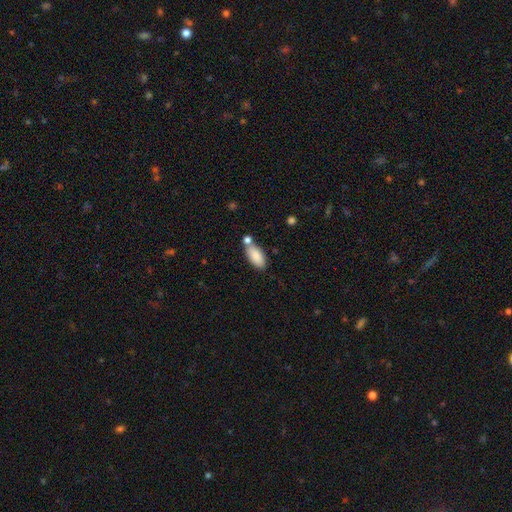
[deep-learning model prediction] A smooth galaxy with no disk features (87%) that is in between round and cigar-shaped (89%). Merging: none (63%).